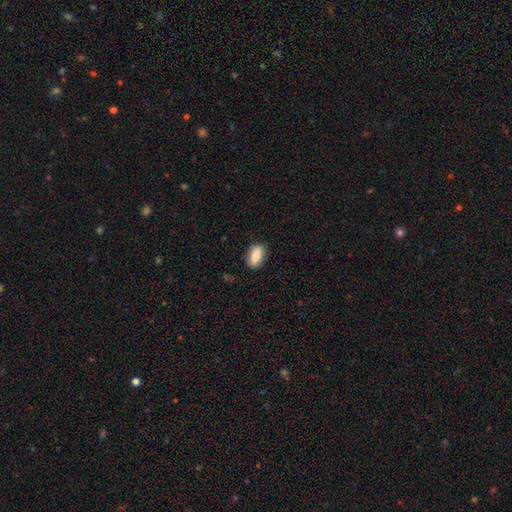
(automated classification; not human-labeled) This appears to be a smooth galaxy with no disk features (79%) that is in between round and cigar-shaped (86%). Merging: none (85%).